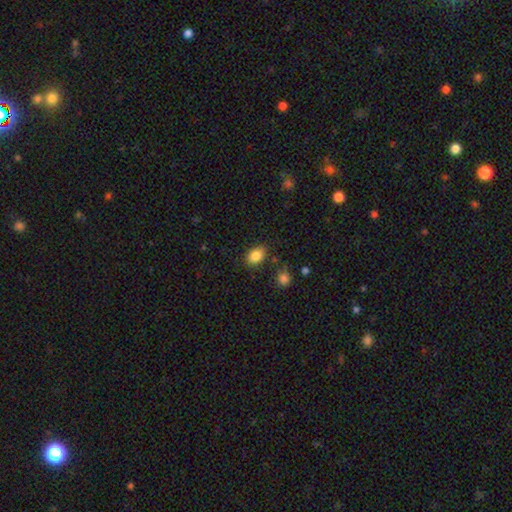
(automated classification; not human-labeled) Smooth or featured?
  - smooth: 85% *
  - star or artifact: 9%
  - featured or disk: 6%
How rounded?
  - in between: 77% *
  - round: 22%
  - cigar-shaped: 1%
Merging?
  - none: 80% *
  - minor disturbance: 13%
  - merger: 3%
  - major disturbance: 3%